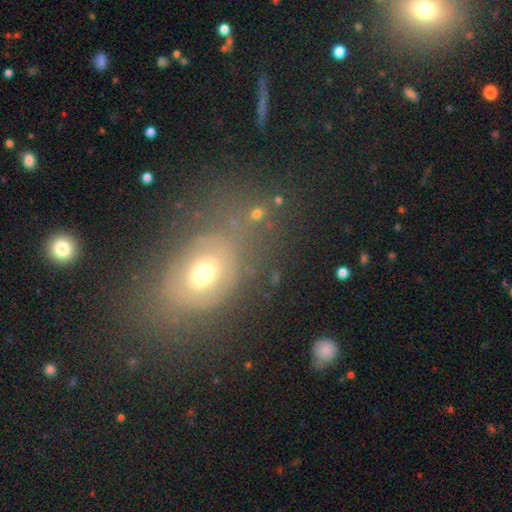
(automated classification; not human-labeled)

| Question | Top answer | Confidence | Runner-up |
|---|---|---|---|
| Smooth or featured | smooth | 49% | featured or disk (31%) |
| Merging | none | 65% | minor disturbance (18%) |